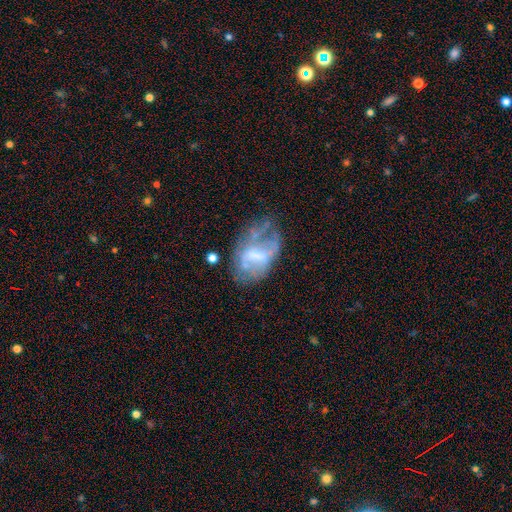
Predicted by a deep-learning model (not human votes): Smooth or featured? Predicted: featured or disk (p=0.59). Edge-on disk? Predicted: no (p=0.96). Bar? Predicted: weak (p=0.40). Spiral arms? Predicted: no (p=0.68). Bulge size? Predicted: none (p=0.35). Merging? Predicted: none (p=0.35).